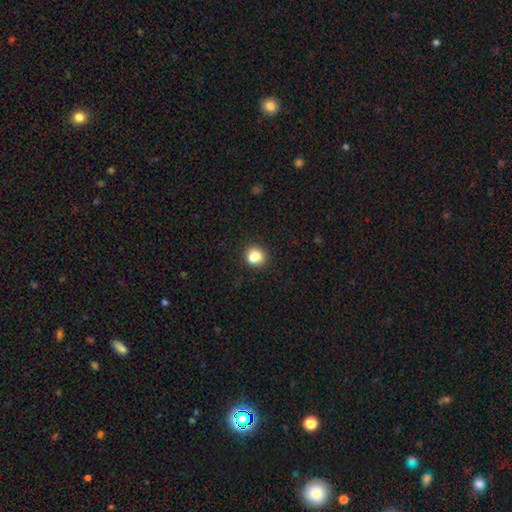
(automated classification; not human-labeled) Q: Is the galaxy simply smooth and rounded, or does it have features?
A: smooth — 79%.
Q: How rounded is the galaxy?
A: round — 71%.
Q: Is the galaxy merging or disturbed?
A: none — 66%.